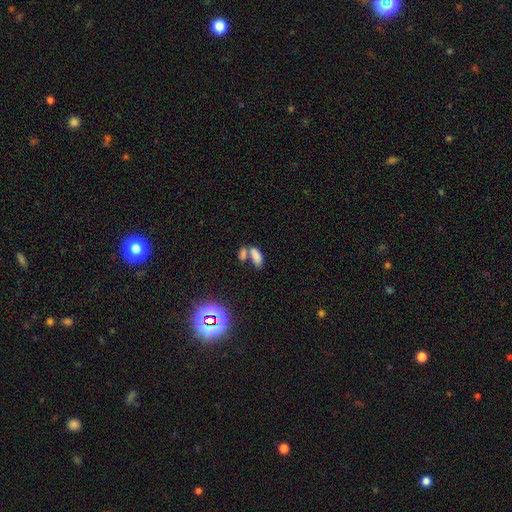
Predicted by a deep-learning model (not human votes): Morphology: type=smooth (79%); roundness=in between (84%); merging=merger (53%).